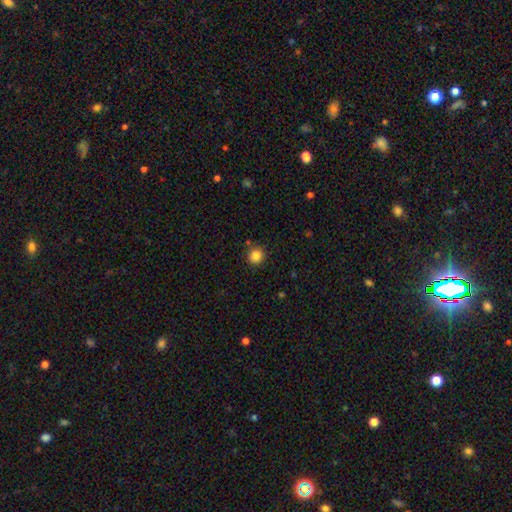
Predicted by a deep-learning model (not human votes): Q: Smooth or featured?
A: smooth (85%); runner-up: star or artifact (11%)
Q: How rounded?
A: round (92%); runner-up: in between (7%)
Q: Merging?
A: none (86%); runner-up: minor disturbance (8%)